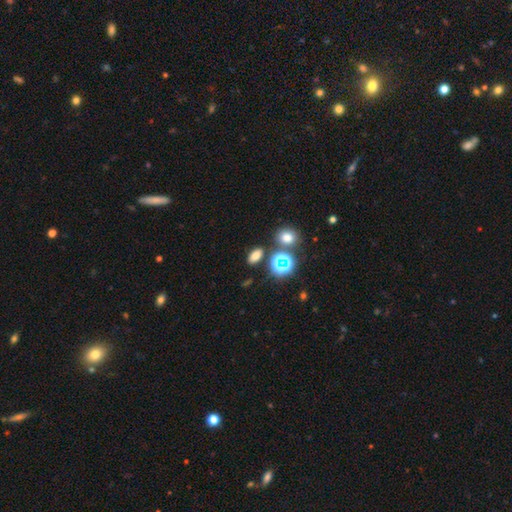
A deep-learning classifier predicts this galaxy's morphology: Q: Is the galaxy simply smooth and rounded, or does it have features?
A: smooth — 69%.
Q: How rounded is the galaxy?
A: in between — 77%.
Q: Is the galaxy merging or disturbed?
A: none — 81%.